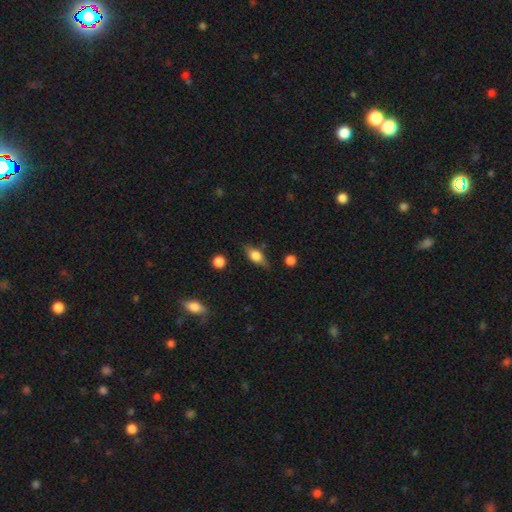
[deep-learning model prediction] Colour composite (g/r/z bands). It shows a smooth galaxy with no disk features (57%) that is in between round and cigar-shaped (71%). Merging: none (78%).